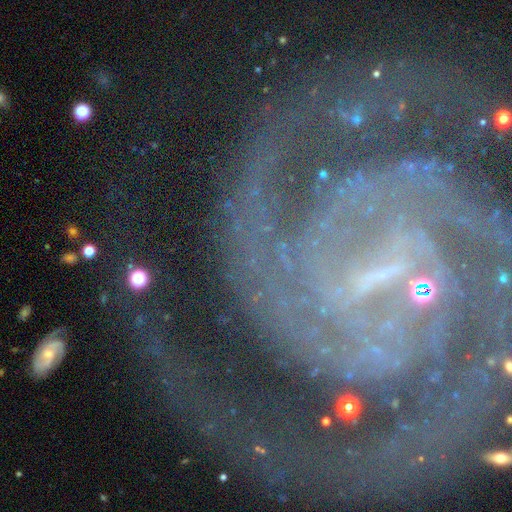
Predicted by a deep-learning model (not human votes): Smooth or featured? Predicted: featured or disk (p=0.88). Edge-on disk? Predicted: no (p=0.98). Bar? Predicted: weak (p=0.40). Spiral arms? Predicted: yes (p=0.97). Spiral winding? Predicted: tight (p=0.61). Spiral arm count? Predicted: 2 (p=0.55). Bulge size? Predicted: small (p=0.62). Merging? Predicted: none (p=0.69).